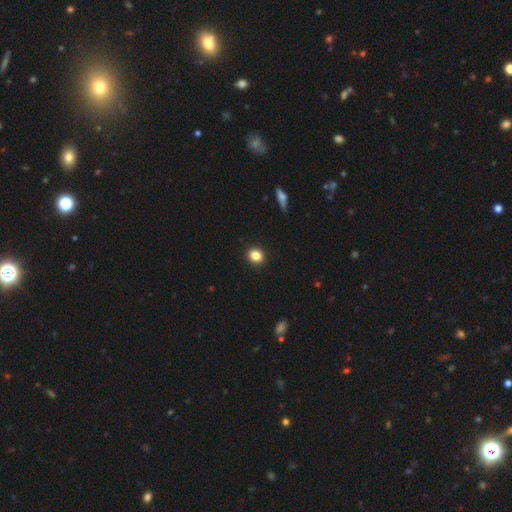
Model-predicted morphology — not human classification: smooth 85%, star or artifact 10%, featured or disk 5%. Down the decision tree: how rounded — round (69%); merging — none (92%).